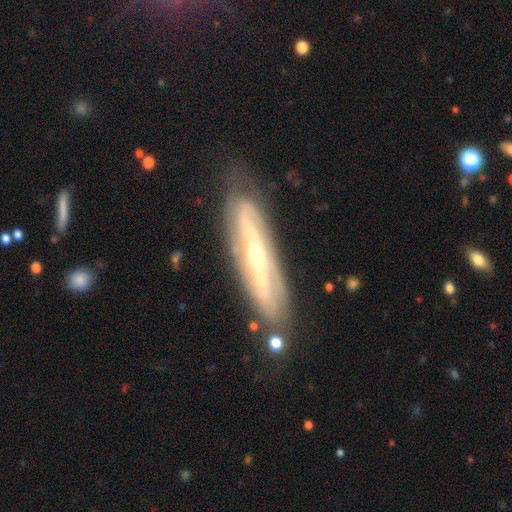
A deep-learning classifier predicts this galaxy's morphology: type=featured or disk (79%); edge-on=no (61%); merging=none (76%).